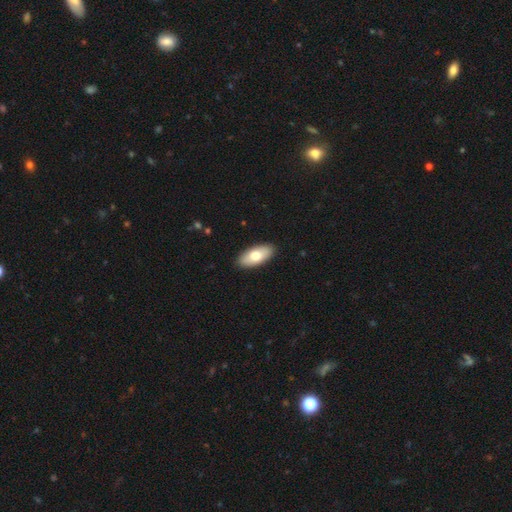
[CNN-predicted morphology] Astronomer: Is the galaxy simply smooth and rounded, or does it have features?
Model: smooth — 73%.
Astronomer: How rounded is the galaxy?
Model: in between — 91%.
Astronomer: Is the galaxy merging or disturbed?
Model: none — 90%.